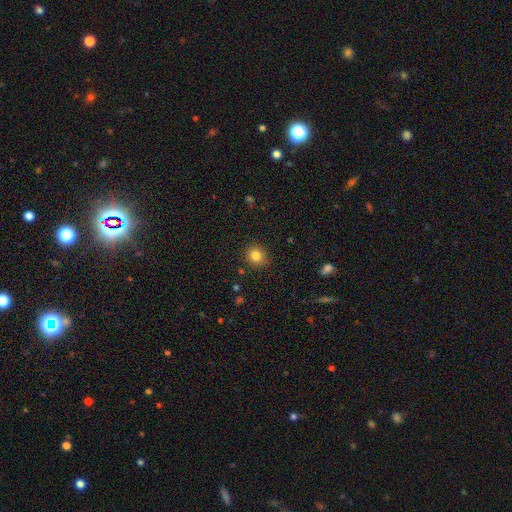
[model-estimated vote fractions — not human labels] A smooth galaxy with no disk features (82%) that is round (87%). Merging: none (89%).